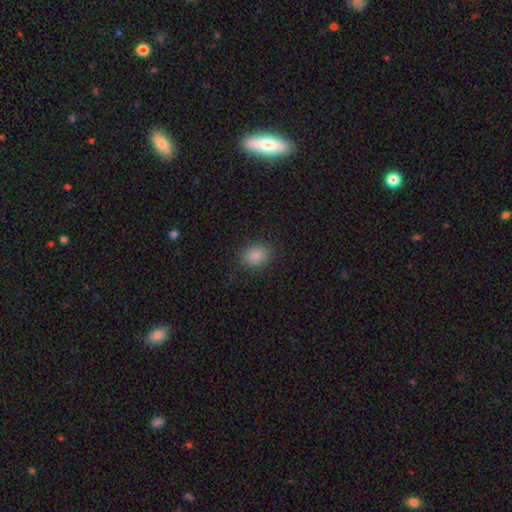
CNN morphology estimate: This appears to be a smooth galaxy with no disk features (87%) that is in between round and cigar-shaped (54%). Merging: none (87%).